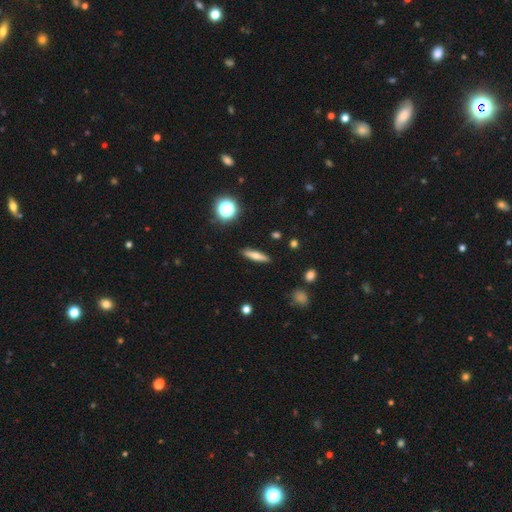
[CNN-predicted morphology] type=smooth (59%); roundness=cigar-shaped (80%); merging=none (89%).